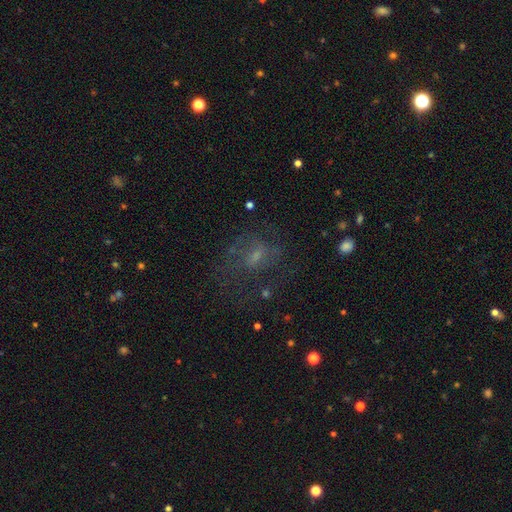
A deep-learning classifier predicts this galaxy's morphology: Smooth or featured? featured or disk (45%)
Merging? none (54%)